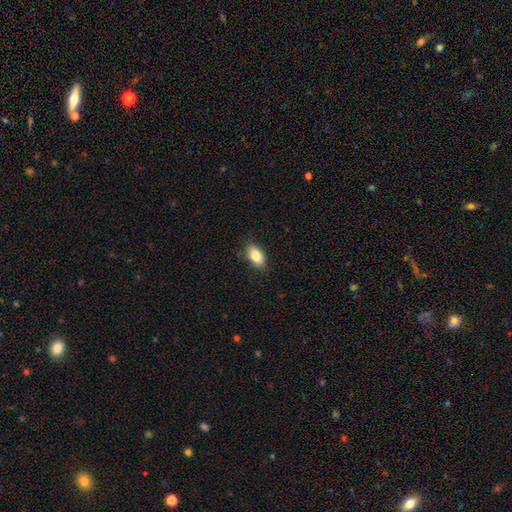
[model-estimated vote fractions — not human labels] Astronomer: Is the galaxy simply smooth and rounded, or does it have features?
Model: smooth — 85%.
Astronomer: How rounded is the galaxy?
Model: in between — 92%.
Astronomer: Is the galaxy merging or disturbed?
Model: none — 86%.